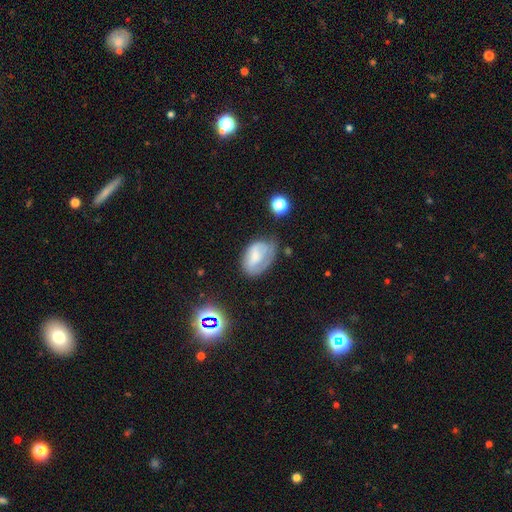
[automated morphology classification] A smooth galaxy with no disk features (53%) that is in between round and cigar-shaped (83%). Merging: none (40%).